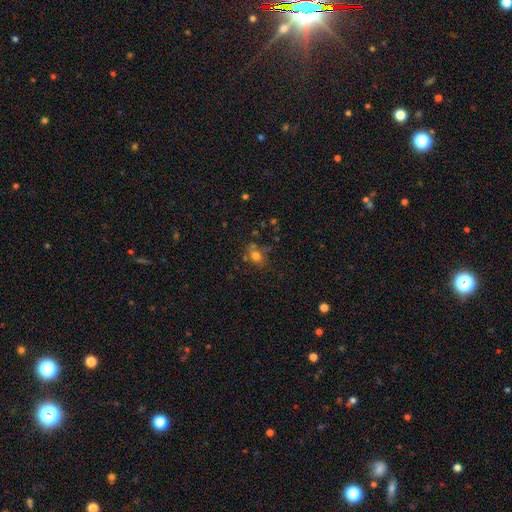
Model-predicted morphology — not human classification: Smooth or featured? Predicted: smooth (p=0.72). How rounded? Predicted: round (p=0.53). Merging? Predicted: none (p=0.59).